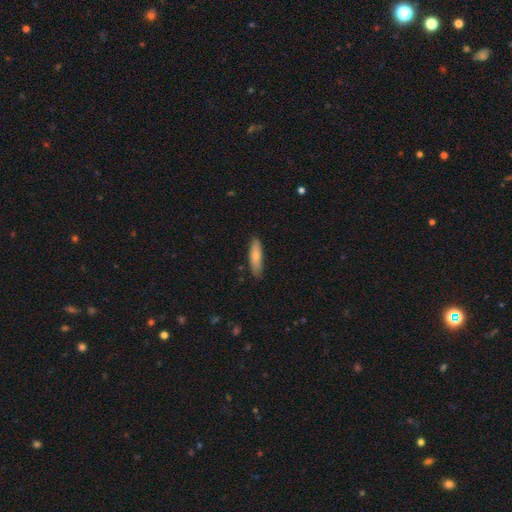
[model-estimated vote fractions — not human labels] A smooth galaxy with no disk features (77%) that is cigar-shaped (63%). Merging: none (83%).